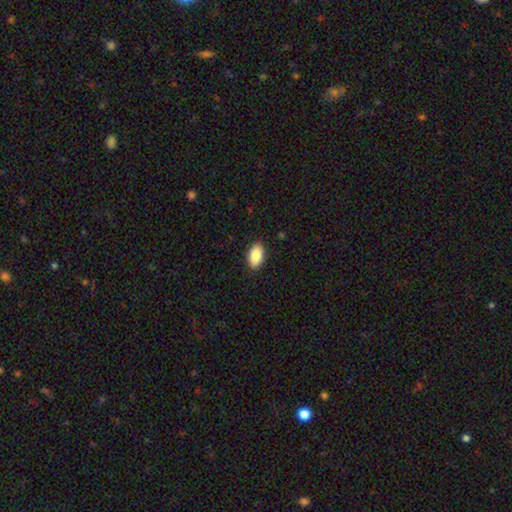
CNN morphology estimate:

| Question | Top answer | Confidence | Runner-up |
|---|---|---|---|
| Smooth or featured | smooth | 89% | star or artifact (6%) |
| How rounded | in between | 94% | round (4%) |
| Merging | none | 89% | minor disturbance (8%) |